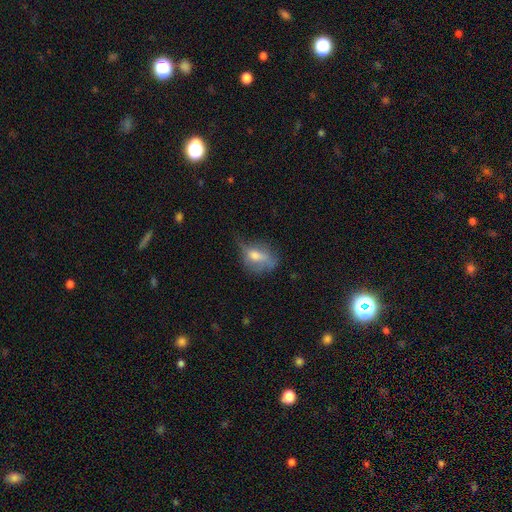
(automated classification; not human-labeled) This is possibly a smooth galaxy (52%). How rounded: likely in between (73%). Merging: marginally none (34%).